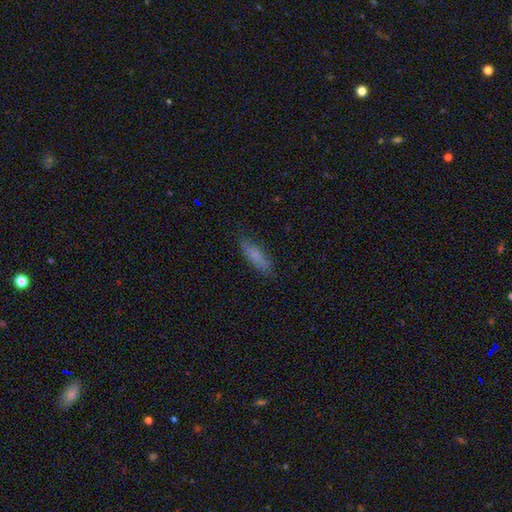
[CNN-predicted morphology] smooth-or-featured: smooth: 77% | featured or disk: 15% | star or artifact: 8%
  how-rounded: cigar-shaped: 50% | in between: 48% | round: 2%
  merging: none: 78% | minor disturbance: 17% | major disturbance: 4% | merger: 1%